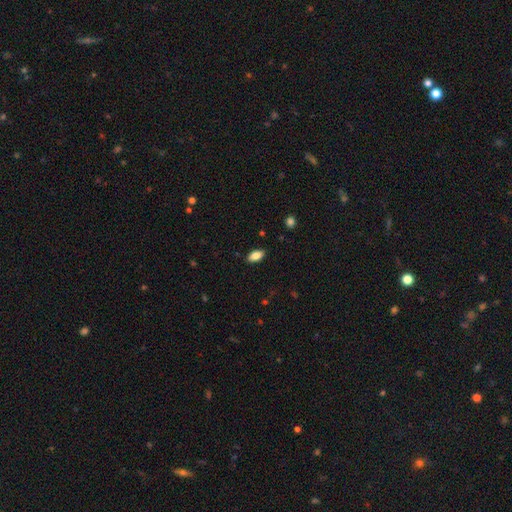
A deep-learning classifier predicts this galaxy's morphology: A smooth galaxy with no disk features (83%) that is in between round and cigar-shaped (90%). Merging: none (88%).